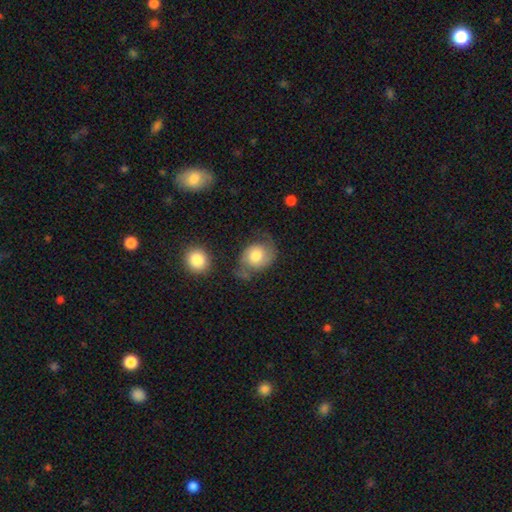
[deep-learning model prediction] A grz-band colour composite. It shows a featured or disk galaxy (51%). Merging: none (51%).